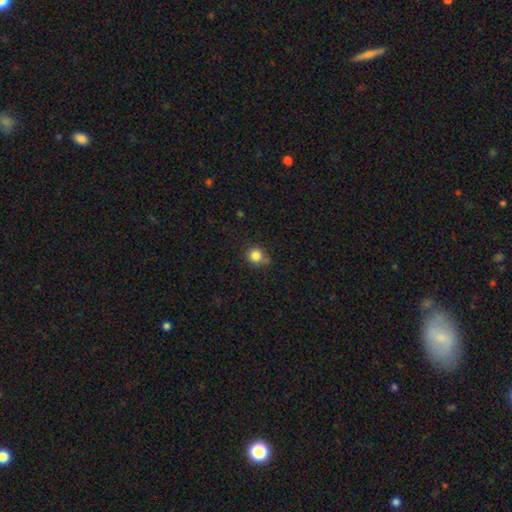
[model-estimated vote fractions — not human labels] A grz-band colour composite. It shows a smooth galaxy with no disk features (84%) that is round (88%). Merging: none (70%).